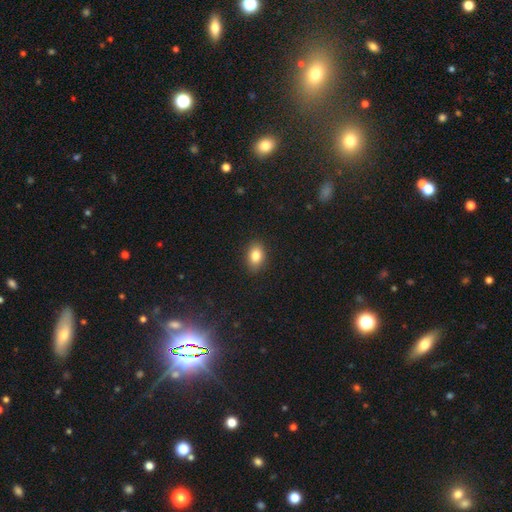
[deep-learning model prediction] Smooth or featured: smooth — 84% (star or artifact — 9%)
How rounded: in between — 80% (round — 18%)
Merging: none — 88% (minor disturbance — 9%)